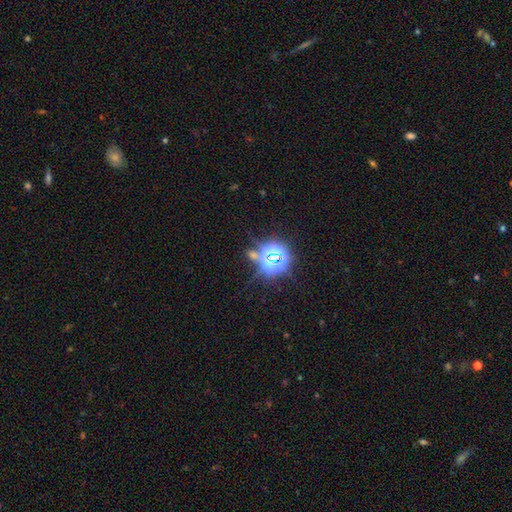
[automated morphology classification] A star or artifact, not a galaxy (75%).

Vote fractions:
- Smooth or featured? star or artifact: 75% / smooth: 16% / featured or disk: 9%